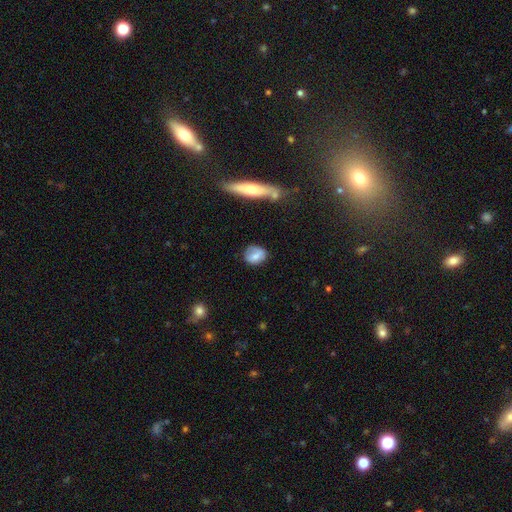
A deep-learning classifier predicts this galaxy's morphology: Overall: smooth (69%). How rounded: round (54%; in between 43%). Merging: none (71%).